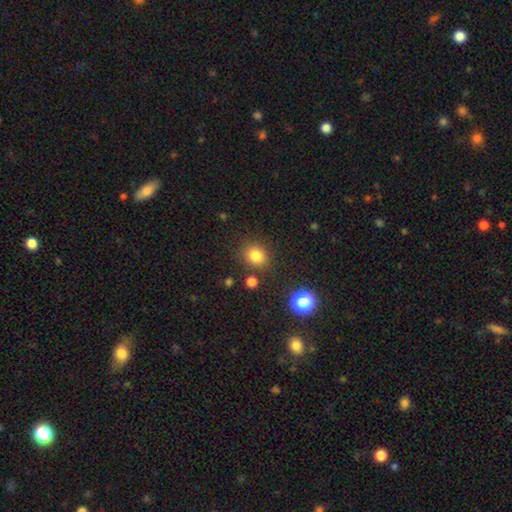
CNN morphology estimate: Q: Smooth or featured?
A: smooth (81%); runner-up: star or artifact (14%)
Q: How rounded?
A: round (74%); runner-up: in between (25%)
Q: Merging?
A: none (82%); runner-up: minor disturbance (10%)